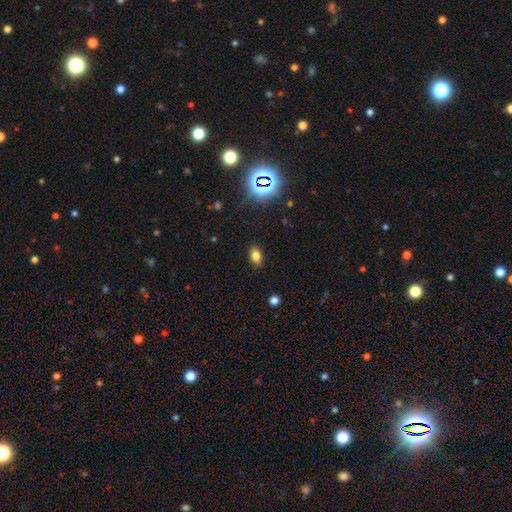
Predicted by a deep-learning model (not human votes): The model was most divided on "smooth or featured": smooth: 77%, star or artifact: 15%, featured or disk: 8%. More confident: merging — none (87%); how rounded — in between (83%).